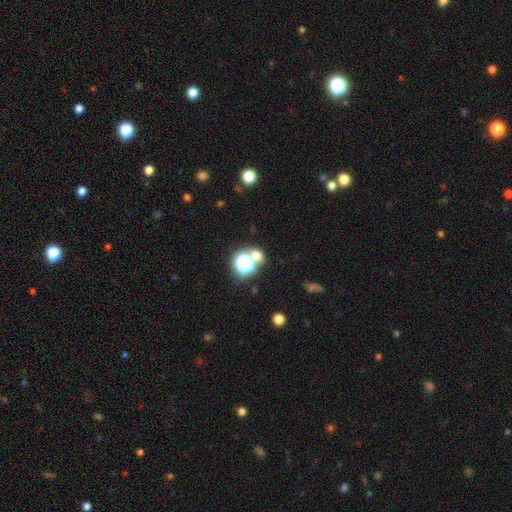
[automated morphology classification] The model was most divided on "smooth or featured": smooth: 54%, star or artifact: 36%, featured or disk: 9%. More confident: how rounded — round (69%); merging — none (58%).